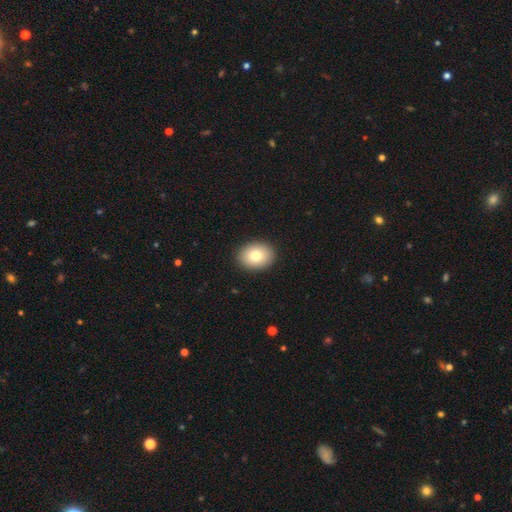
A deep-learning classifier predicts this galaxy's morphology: A smooth galaxy with no disk features (82%) that is in between round and cigar-shaped (58%). Merging: none (90%).